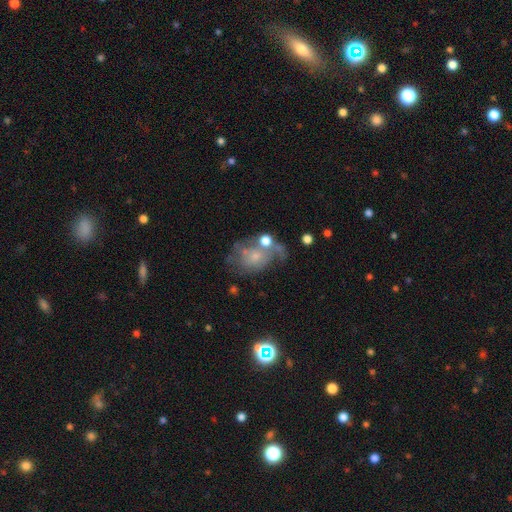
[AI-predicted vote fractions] featured or disk 55%, smooth 30%, star or artifact 15%. Down the decision tree: edge-on disk — no (96%); bar — no (80%); spiral arms — yes (67%); bulge size — small (59%); merging — none (35%).